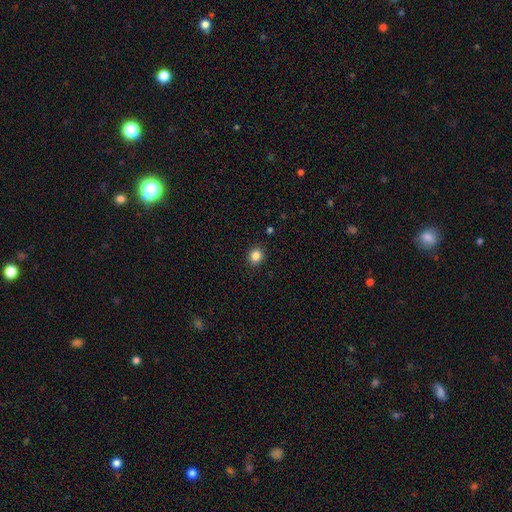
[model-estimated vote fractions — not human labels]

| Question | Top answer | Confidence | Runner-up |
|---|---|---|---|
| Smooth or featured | smooth | 85% | star or artifact (11%) |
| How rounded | round | 82% | in between (17%) |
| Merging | none | 91% | minor disturbance (6%) |